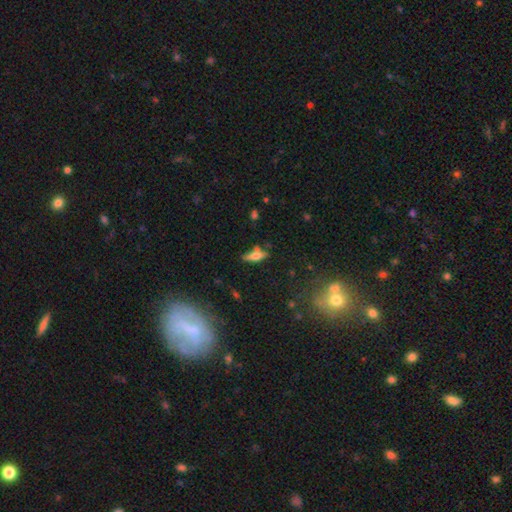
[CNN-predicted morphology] smooth-or-featured: smooth: 49% | featured or disk: 41% | star or artifact: 10%
  merging: none: 70% | minor disturbance: 15% | merger: 10% | major disturbance: 5%